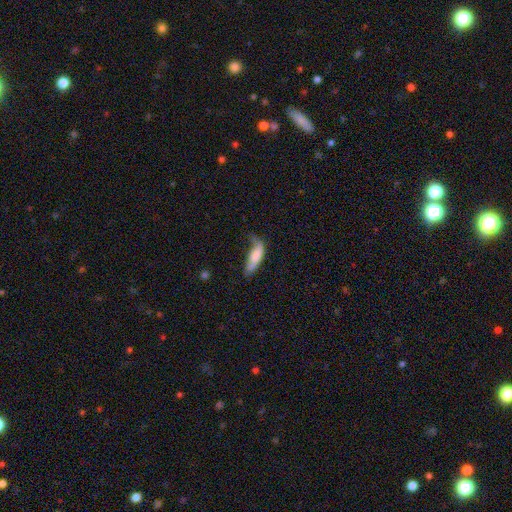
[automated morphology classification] A smooth galaxy with no disk features (71%) that is in between round and cigar-shaped (55%).

Vote fractions:
- Smooth or featured? smooth: 71% / featured or disk: 22% / star or artifact: 7%
- How rounded? in between: 55% / cigar-shaped: 43% / round: 2%
- Merging? minor disturbance: 36% / none: 31% / major disturbance: 27% / merger: 5%